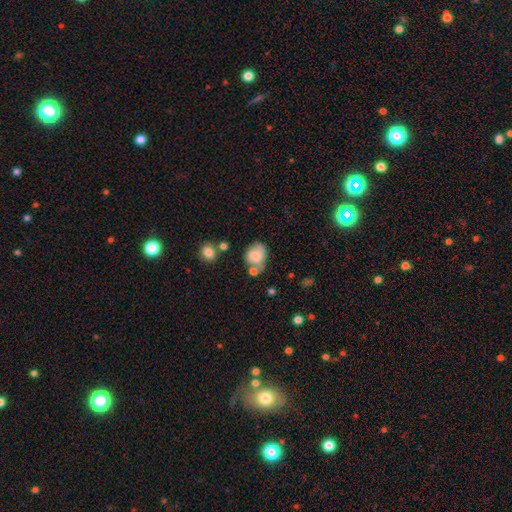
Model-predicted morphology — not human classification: Q: Smooth or featured?
A: smooth (74%); runner-up: featured or disk (17%)
Q: How rounded?
A: in between (52%); runner-up: round (47%)
Q: Merging?
A: none (42%); runner-up: minor disturbance (27%)